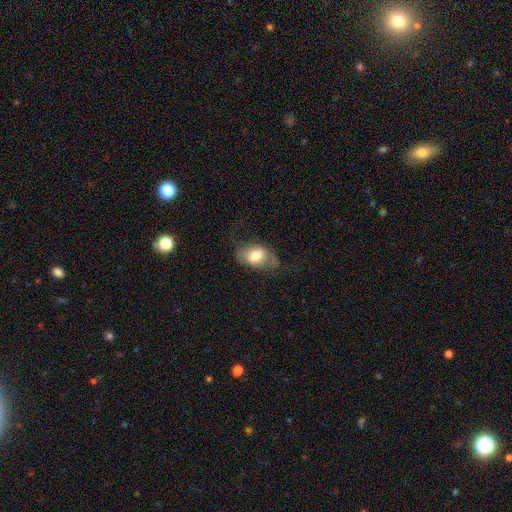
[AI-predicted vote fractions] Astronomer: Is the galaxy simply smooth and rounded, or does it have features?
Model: smooth — 67%.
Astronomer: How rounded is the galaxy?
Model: in between — 86%.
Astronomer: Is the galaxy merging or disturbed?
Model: none — 54%.